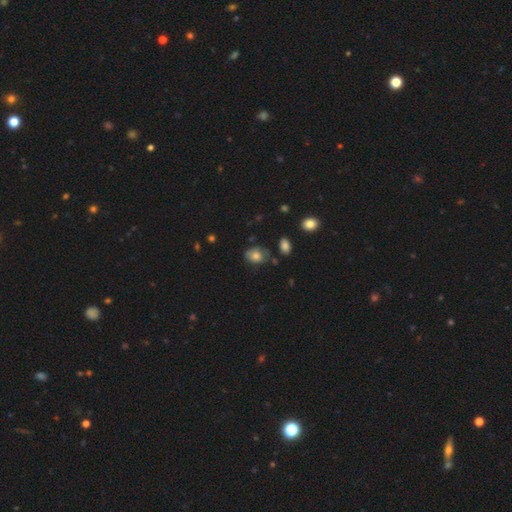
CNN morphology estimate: Overall: smooth (75%). How rounded: in between (66%; round 32%). Merging: none (62%; minor disturbance 27%).